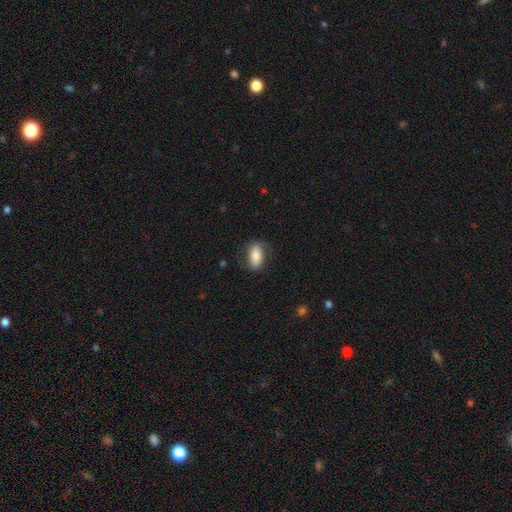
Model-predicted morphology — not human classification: Q: Smooth or featured?
A: smooth (63%); runner-up: featured or disk (30%)
Q: How rounded?
A: in between (88%); runner-up: cigar-shaped (6%)
Q: Merging?
A: none (70%); runner-up: minor disturbance (20%)